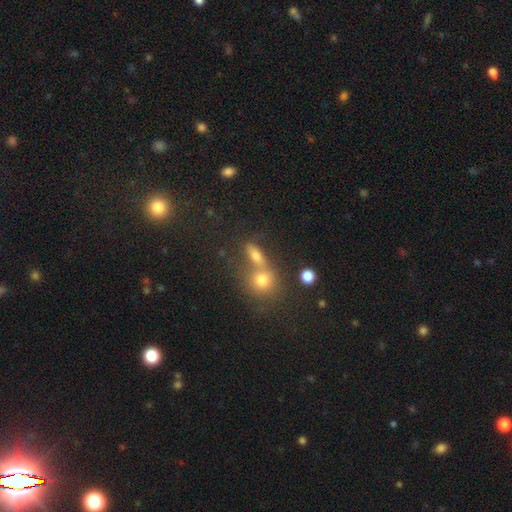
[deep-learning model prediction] smooth 71%, star or artifact 15%, featured or disk 14%. Down the decision tree: how rounded — in between (55%); merging — none (45%).